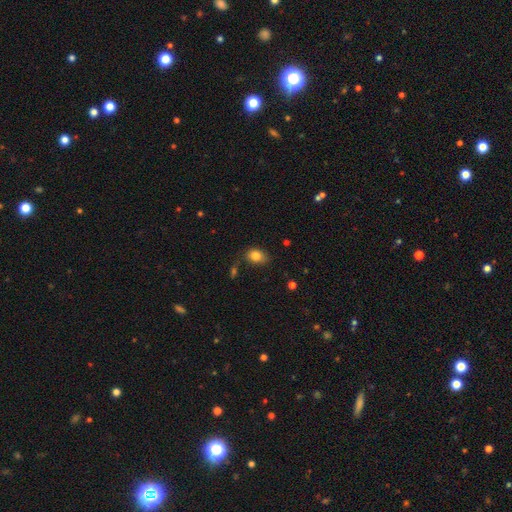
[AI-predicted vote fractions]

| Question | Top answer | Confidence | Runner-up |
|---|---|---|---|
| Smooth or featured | smooth | 83% | star or artifact (10%) |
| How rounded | in between | 66% | round (33%) |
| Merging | none | 70% | minor disturbance (20%) |